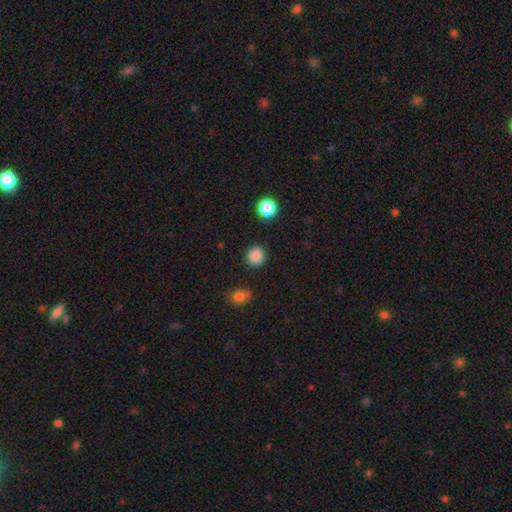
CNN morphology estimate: type=smooth (86%); roundness=round (87%); merging=none (88%).